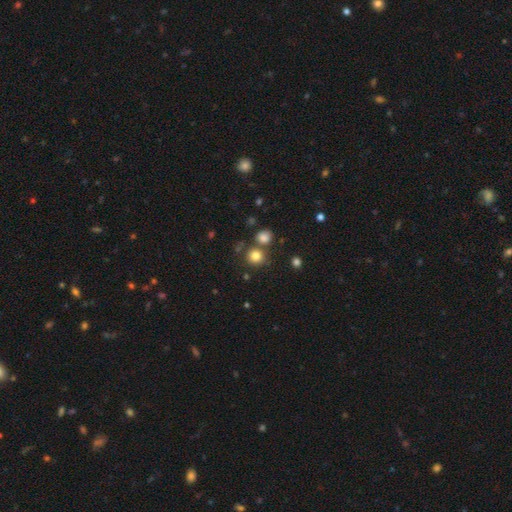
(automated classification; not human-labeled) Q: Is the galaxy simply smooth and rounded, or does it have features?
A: smooth — 81%.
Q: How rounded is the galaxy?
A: round — 89%.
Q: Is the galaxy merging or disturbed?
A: none — 72%.